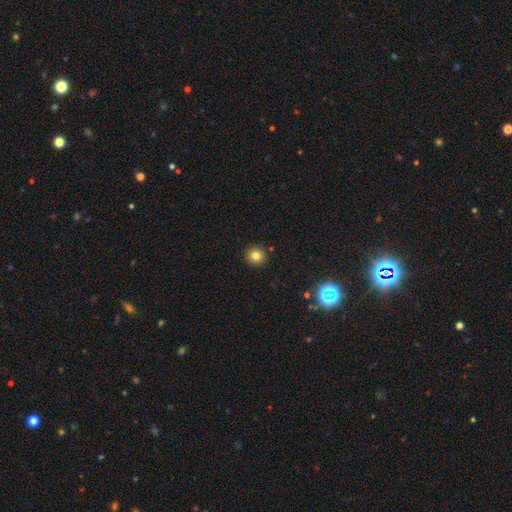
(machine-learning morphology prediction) Overall: smooth (80%). How rounded: round (92%). Merging: none (91%).